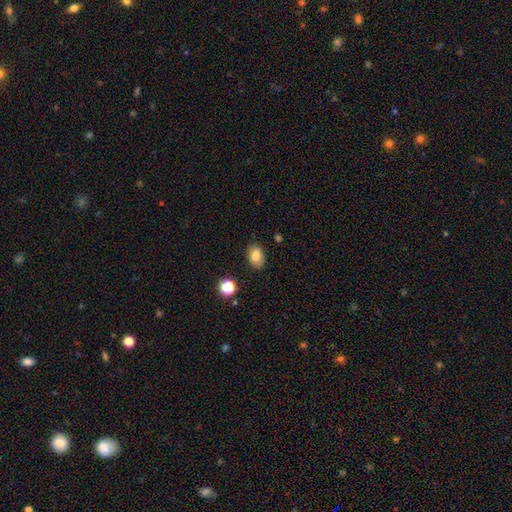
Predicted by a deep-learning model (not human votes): Smooth or featured? Predicted: smooth (p=0.81). How rounded? Predicted: in between (p=0.75). Merging? Predicted: none (p=0.86).